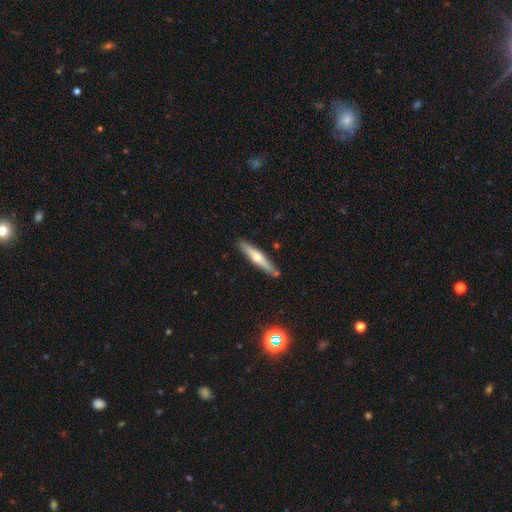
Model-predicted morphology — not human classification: The model was most divided on "smooth or featured": featured or disk: 52%, smooth: 41%, star or artifact: 7%. More confident: edge-on disk — yes (94%); merging — none (85%).